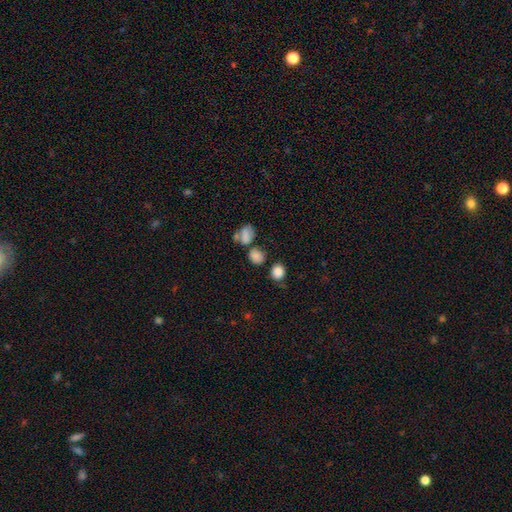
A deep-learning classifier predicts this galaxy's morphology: This is likely a smooth galaxy (78%). How rounded: possibly round (59%). Merging: possibly none (56%).